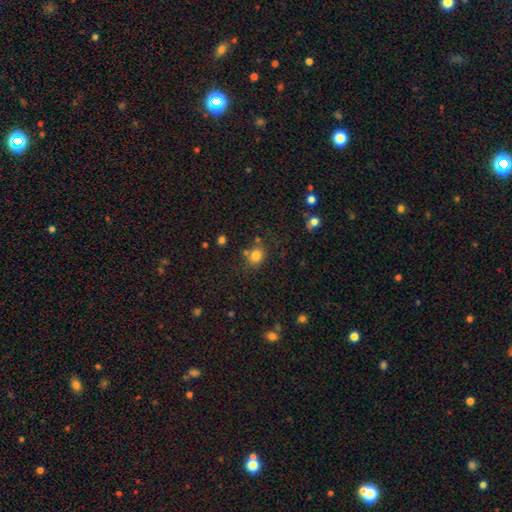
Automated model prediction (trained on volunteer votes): The model was most divided on "how rounded": round: 62%, in between: 37%, cigar-shaped: 1%. More confident: smooth or featured — smooth (79%); merging — none (67%).